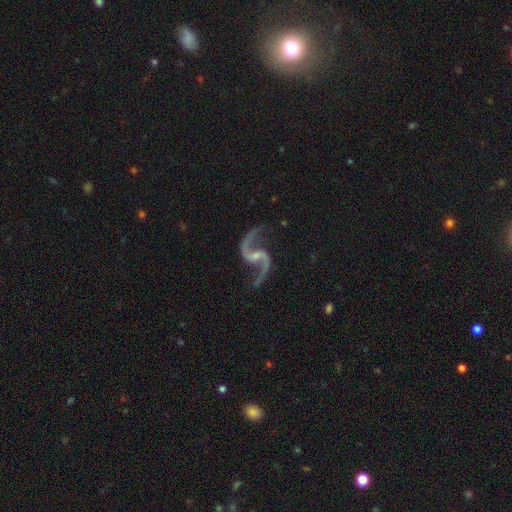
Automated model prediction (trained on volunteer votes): Smooth or featured?
  - featured or disk: 94% *
  - star or artifact: 4%
  - smooth: 2%
Edge-on disk?
  - no: 98% *
  - yes: 2%
Bar?
  - weak: 43% *
  - no: 37%
  - strong: 21%
Spiral arms?
  - yes: 98% *
  - no: 2%
Spiral winding?
  - loose: 72% *
  - medium: 23%
  - tight: 5%
Spiral arm count?
  - 2: 95% *
  - 1: 1%
  - can't tell: 1%
  - 3: 1%
  - 4: 1%
  - more than 4: 1%
Bulge size?
  - small: 67% *
  - moderate: 18%
  - none: 12%
  - large: 2%
  - dominant: 1%
Merging?
  - none: 78% *
  - minor disturbance: 13%
  - major disturbance: 6%
  - merger: 2%